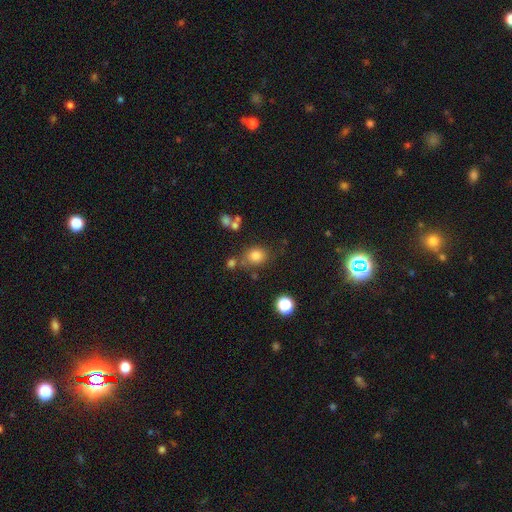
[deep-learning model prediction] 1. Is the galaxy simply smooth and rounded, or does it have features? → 80% smooth, 13% star or artifact, 7% featured or disk.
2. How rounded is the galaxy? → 60% round, 39% in between, 1% cigar-shaped.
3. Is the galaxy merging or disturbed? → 69% none, 15% minor disturbance, 10% merger, 6% major disturbance.